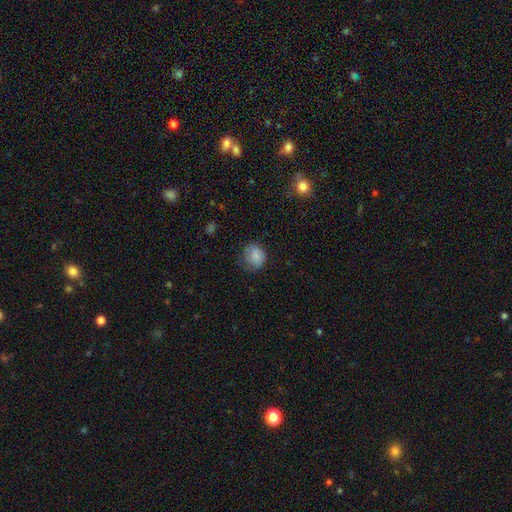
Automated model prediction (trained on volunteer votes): smooth_or_featured: smooth (p=0.80) [alt: featured or disk p=0.11]
how_rounded: round (p=0.68) [alt: in between p=0.31]
merging: none (p=0.59) [alt: minor disturbance p=0.28]